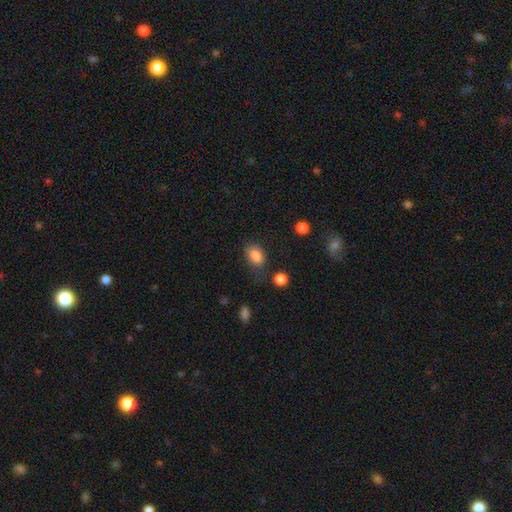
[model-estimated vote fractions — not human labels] Smooth or featured: smooth — 85% (star or artifact — 9%)
How rounded: in between — 82% (round — 17%)
Merging: none — 67% (minor disturbance — 22%)